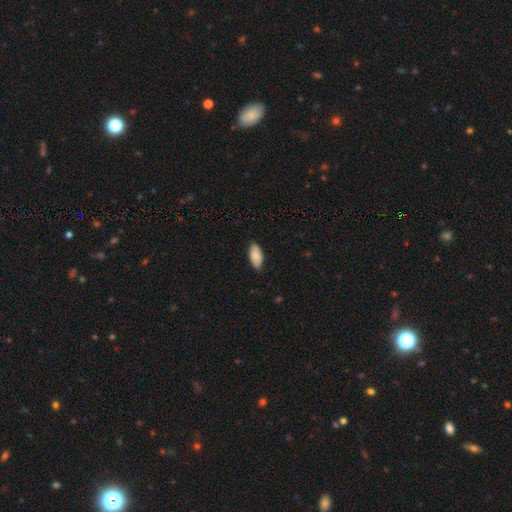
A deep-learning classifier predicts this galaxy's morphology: Overall: smooth (85%). How rounded: in between (92%). Merging: none (85%).